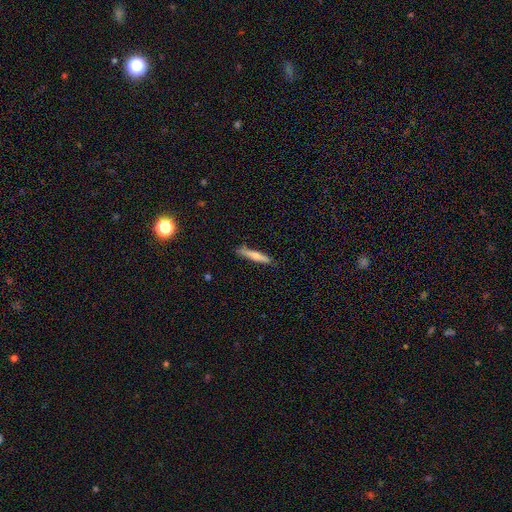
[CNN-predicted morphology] Overall: smooth (68%). How rounded: cigar-shaped (92%). Merging: none (83%).